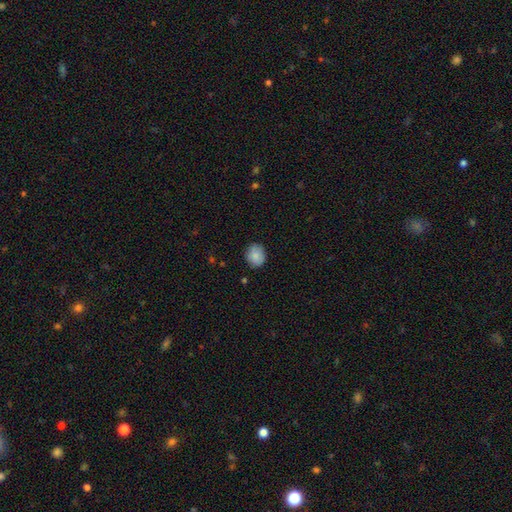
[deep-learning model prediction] This appears to be a smooth galaxy with no disk features (86%) that is round (65%). Merging: none (81%).